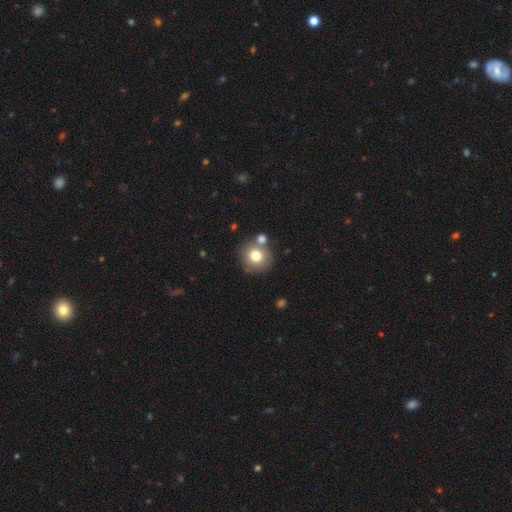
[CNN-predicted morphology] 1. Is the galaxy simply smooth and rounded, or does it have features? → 76% smooth, 13% featured or disk, 11% star or artifact.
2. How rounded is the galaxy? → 88% round, 11% in between, 1% cigar-shaped.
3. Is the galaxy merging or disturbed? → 66% none, 21% merger, 10% minor disturbance, 3% major disturbance.